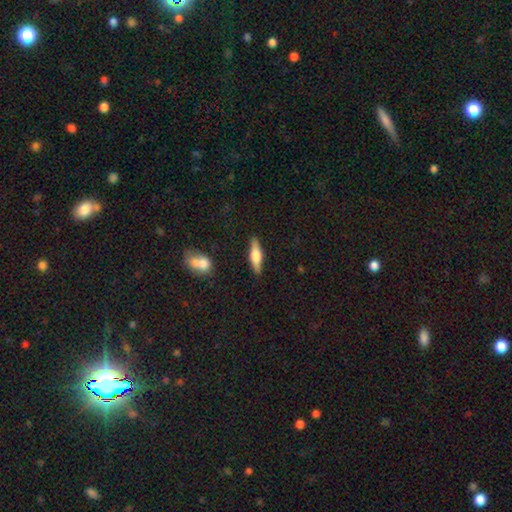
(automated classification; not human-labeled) A featured or disk galaxy (50%) viewed edge-on (94%).

Vote fractions:
- Smooth or featured? featured or disk: 50% / smooth: 44% / star or artifact: 6%
- Edge-on disk? yes: 94% / no: 6%
- Merging? none: 88% / minor disturbance: 8% / merger: 2% / major disturbance: 2%